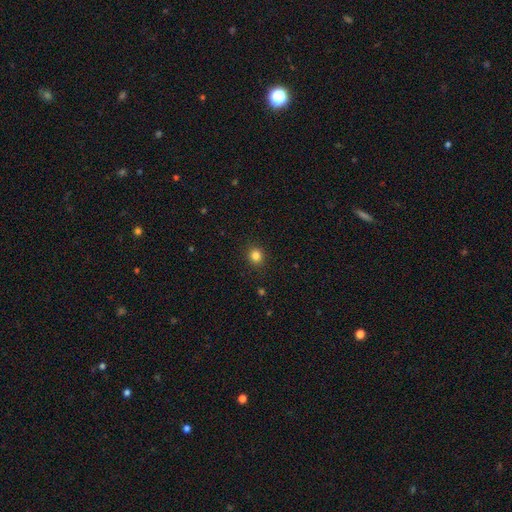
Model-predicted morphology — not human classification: smooth 83%, star or artifact 13%, featured or disk 4%. Down the decision tree: how rounded — round (84%); merging — none (91%).